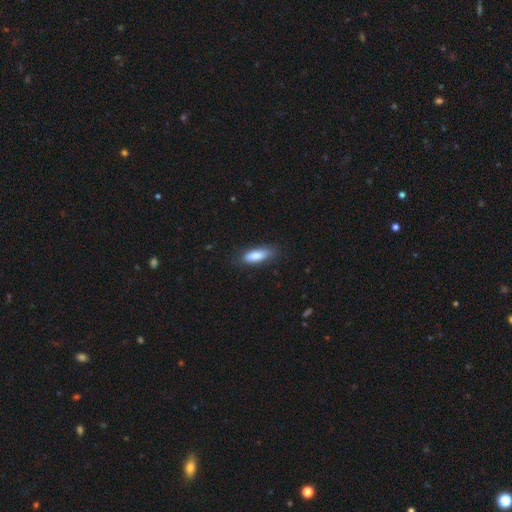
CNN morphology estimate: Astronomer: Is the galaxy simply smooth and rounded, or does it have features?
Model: smooth — 84%.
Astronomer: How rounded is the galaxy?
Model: in between — 63%.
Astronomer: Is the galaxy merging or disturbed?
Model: none — 79%.